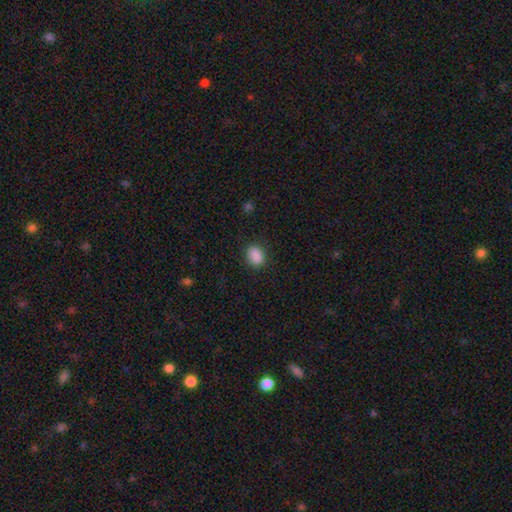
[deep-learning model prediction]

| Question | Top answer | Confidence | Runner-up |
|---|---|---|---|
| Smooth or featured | smooth | 88% | star or artifact (9%) |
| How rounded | in between | 66% | round (33%) |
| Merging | none | 85% | minor disturbance (11%) |